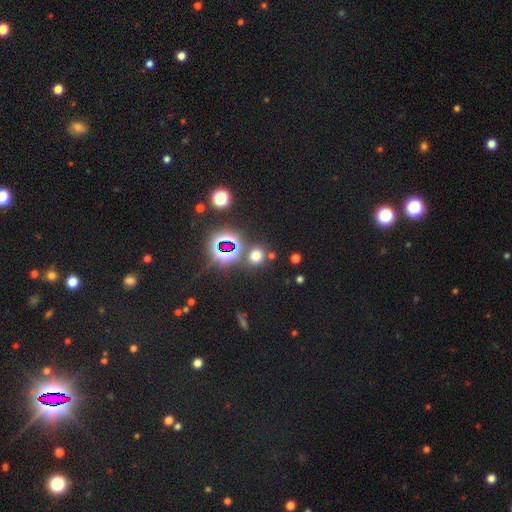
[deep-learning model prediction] A smooth galaxy with no disk features (57%) that is round (81%). Merging: none (78%).